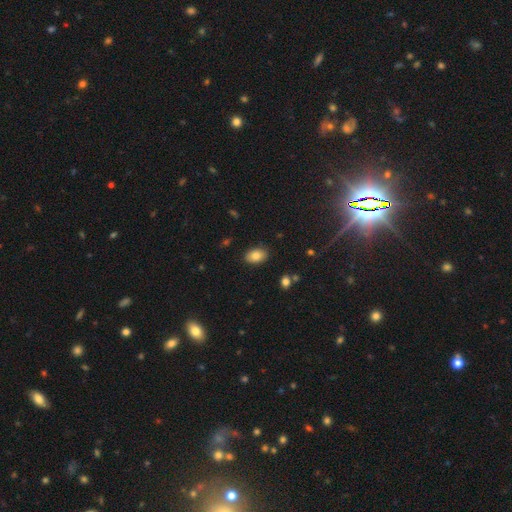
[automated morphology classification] Smooth or featured: smooth — 84% (star or artifact — 8%)
How rounded: in between — 86% (round — 13%)
Merging: none — 86% (minor disturbance — 10%)